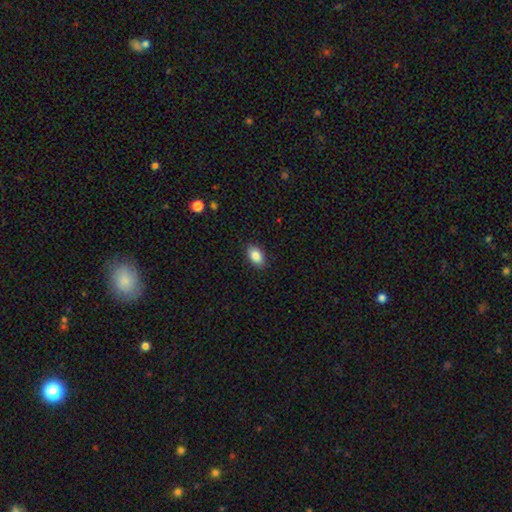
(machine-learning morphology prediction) Smooth or featured? smooth (86%)
How rounded? in between (90%)
Merging? none (89%)